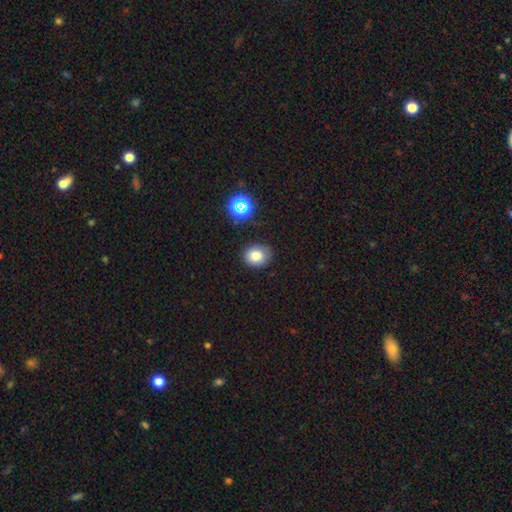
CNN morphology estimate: A smooth galaxy with no disk features (79%) that is round (64%). Merging: none (81%).